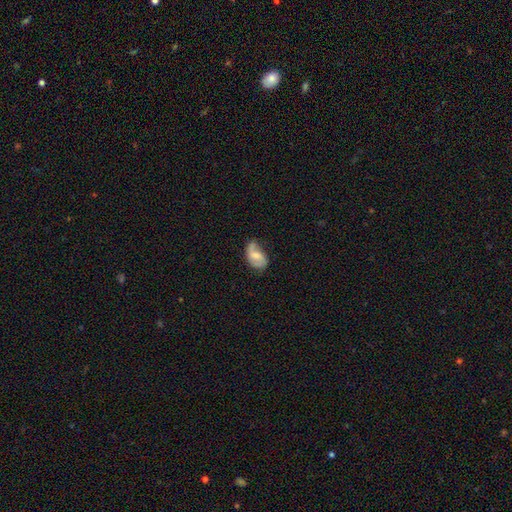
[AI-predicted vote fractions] smooth-or-featured: smooth: 48% | featured or disk: 45% | star or artifact: 7%
  merging: none: 41% | minor disturbance: 39% | major disturbance: 17% | merger: 3%